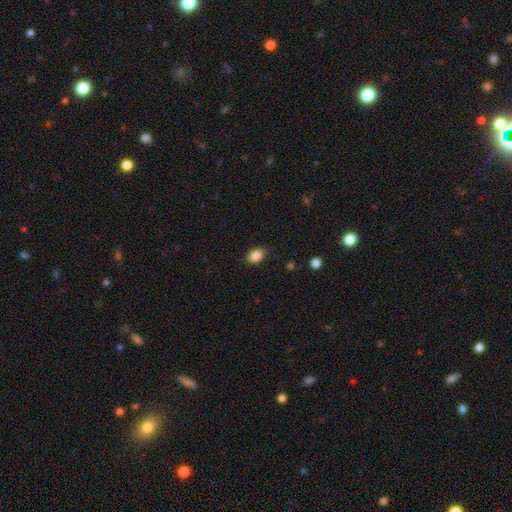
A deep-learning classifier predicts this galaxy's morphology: type=smooth (88%); roundness=in between (84%); merging=none (84%).